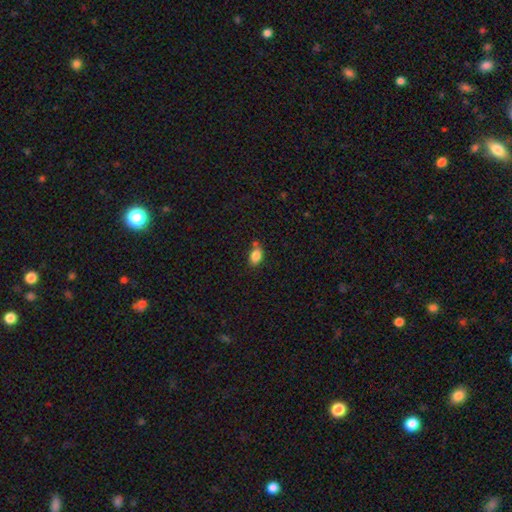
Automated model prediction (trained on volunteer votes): smooth-or-featured: smooth: 85% | star or artifact: 9% | featured or disk: 5%
  how-rounded: in between: 86% | round: 12% | cigar-shaped: 2%
  merging: none: 66% | minor disturbance: 17% | merger: 13% | major disturbance: 4%